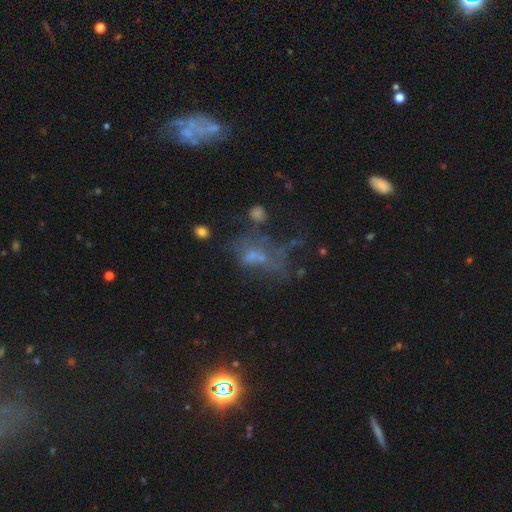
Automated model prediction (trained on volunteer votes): Morphology: type=featured or disk (39%); merging=major disturbance (34%).